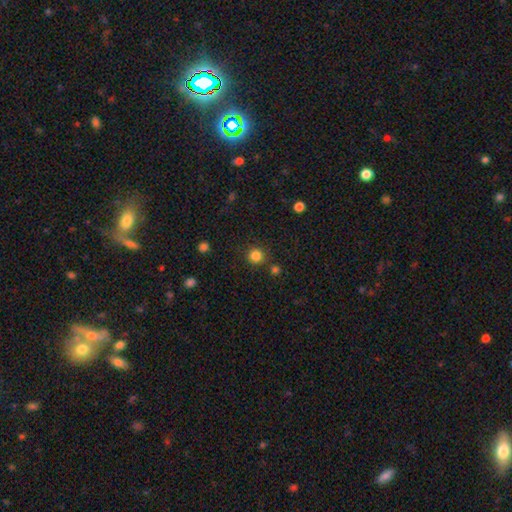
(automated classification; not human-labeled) Morphology: type=smooth (83%); roundness=round (94%); merging=none (85%).